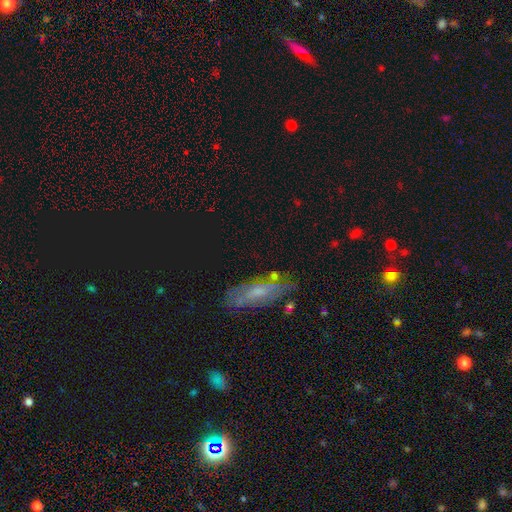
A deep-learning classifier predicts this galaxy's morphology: Smooth or featured: smooth — 44% (featured or disk — 36%)
Merging: none — 71% (minor disturbance — 17%)